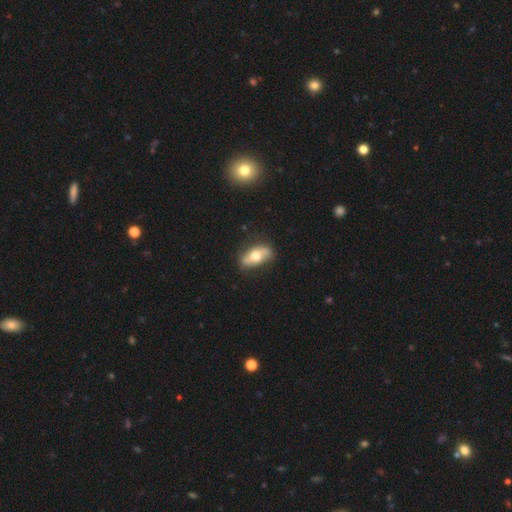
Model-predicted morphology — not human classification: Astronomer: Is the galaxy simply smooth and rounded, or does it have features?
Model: smooth — 54% (runner-up: featured or disk, 39%).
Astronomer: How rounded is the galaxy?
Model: in between — 84%.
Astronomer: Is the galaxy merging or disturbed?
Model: none — 79%.